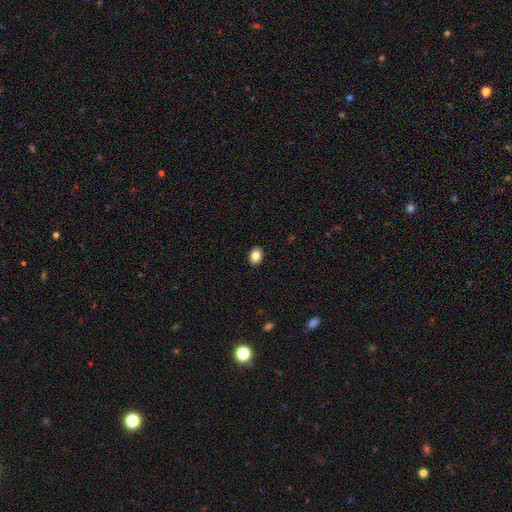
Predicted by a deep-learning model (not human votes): Overall: smooth (85%). How rounded: in between (71%). Merging: none (91%).